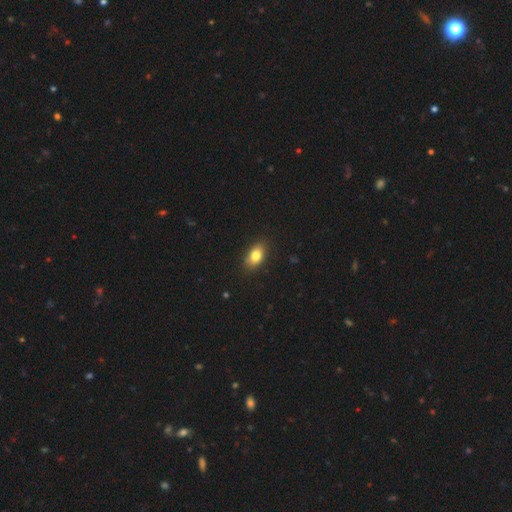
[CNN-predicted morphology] smooth 81%, featured or disk 10%, star or artifact 9%. Down the decision tree: how rounded — in between (85%); merging — none (85%).